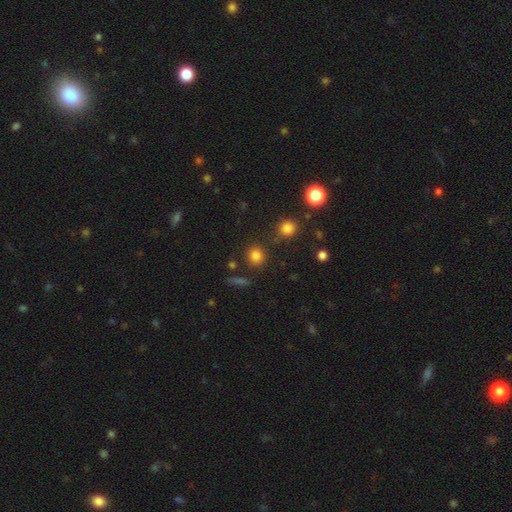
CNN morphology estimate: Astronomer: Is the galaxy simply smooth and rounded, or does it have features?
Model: smooth — 81%.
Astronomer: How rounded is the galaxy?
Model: round — 85%.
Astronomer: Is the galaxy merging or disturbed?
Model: none — 84%.